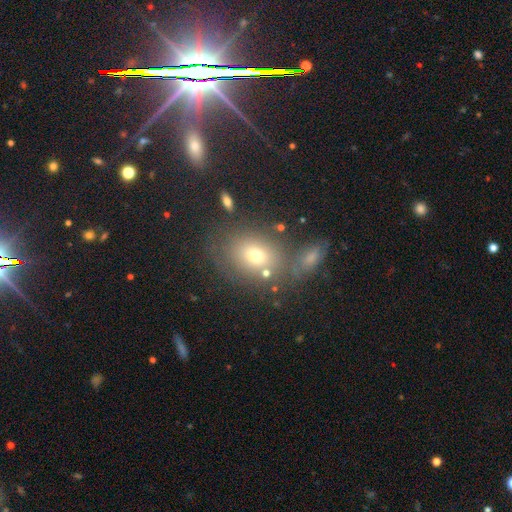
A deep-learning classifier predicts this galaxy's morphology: Smooth or featured? smooth (67%)
How rounded? in between (56%)
Merging? none (64%)